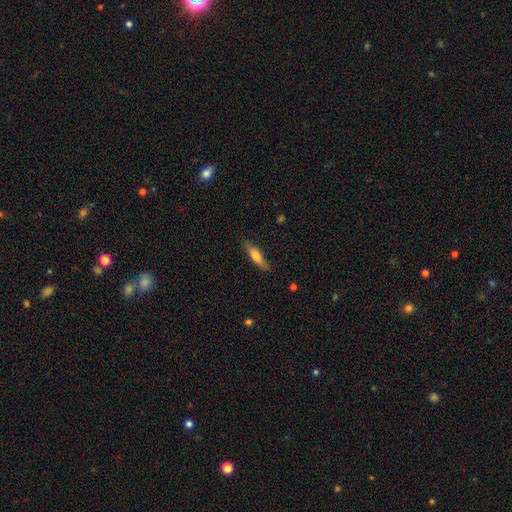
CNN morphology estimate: smooth_or_featured: smooth (p=0.64) [alt: featured or disk p=0.30]
how_rounded: cigar-shaped (p=0.68) [alt: in between p=0.30]
merging: none (p=0.80) [alt: minor disturbance p=0.16]